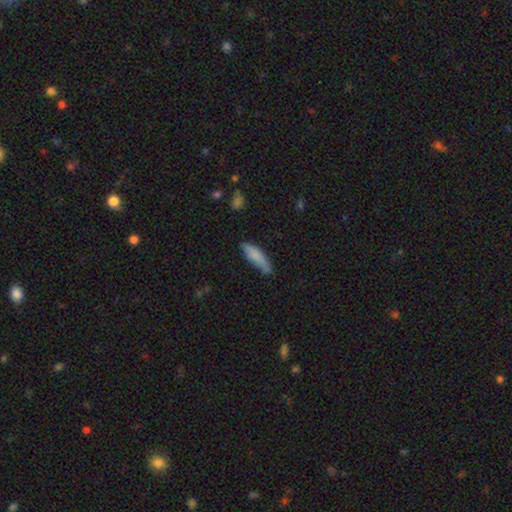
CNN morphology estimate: Overall: smooth (81%). How rounded: cigar-shaped (60%; in between 38%). Merging: none (66%).